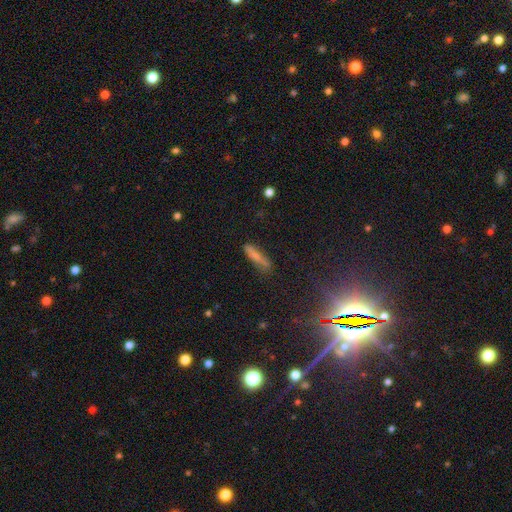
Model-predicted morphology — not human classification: This appears to be a smooth galaxy with no disk features (68%) that is cigar-shaped (85%). Merging: none (74%).